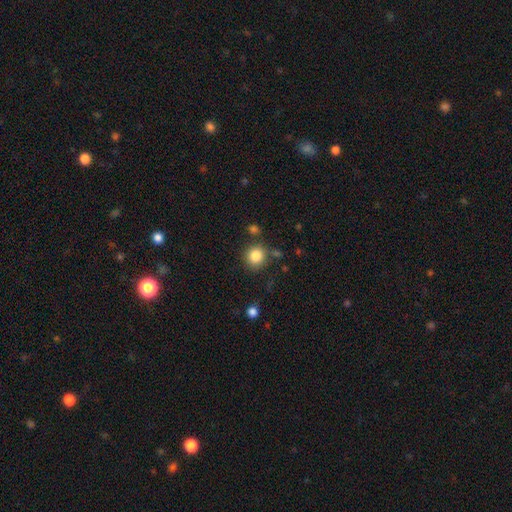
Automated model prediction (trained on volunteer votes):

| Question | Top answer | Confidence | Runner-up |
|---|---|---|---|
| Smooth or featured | smooth | 84% | star or artifact (11%) |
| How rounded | round | 89% | in between (10%) |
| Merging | none | 82% | minor disturbance (9%) |